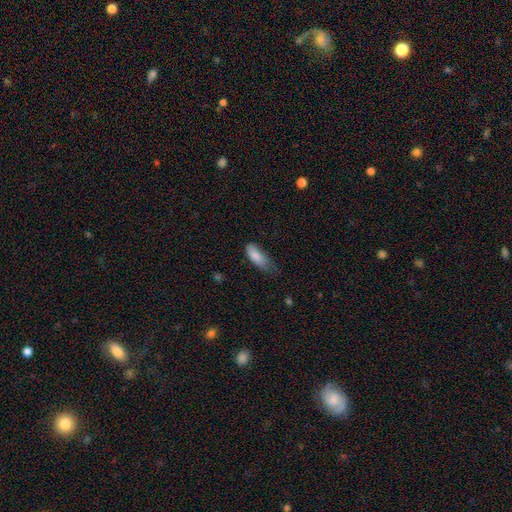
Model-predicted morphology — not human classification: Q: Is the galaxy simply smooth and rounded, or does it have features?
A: smooth — 84%.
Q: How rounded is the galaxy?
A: in between — 77%.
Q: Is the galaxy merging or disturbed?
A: minor disturbance — 46%.